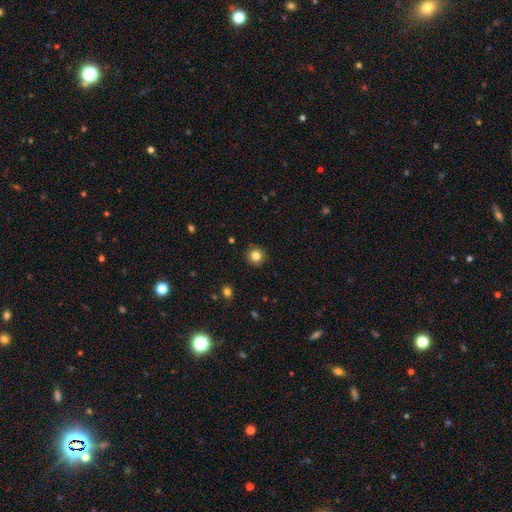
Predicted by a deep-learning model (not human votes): A smooth galaxy with no disk features (82%) that is round (93%).

Vote fractions:
- Smooth or featured? smooth: 82% / star or artifact: 11% / featured or disk: 6%
- How rounded? round: 93% / in between: 6% / cigar-shaped: 1%
- Merging? none: 91% / minor disturbance: 6% / major disturbance: 2% / merger: 1%